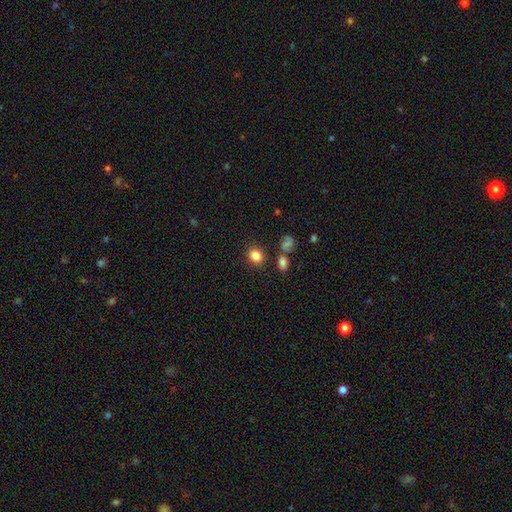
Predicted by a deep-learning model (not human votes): A smooth galaxy with no disk features (84%) that is round (66%).

Vote fractions:
- Smooth or featured? smooth: 84% / star or artifact: 10% / featured or disk: 6%
- How rounded? round: 66% / in between: 33% / cigar-shaped: 1%
- Merging? none: 81% / minor disturbance: 10% / merger: 6% / major disturbance: 3%